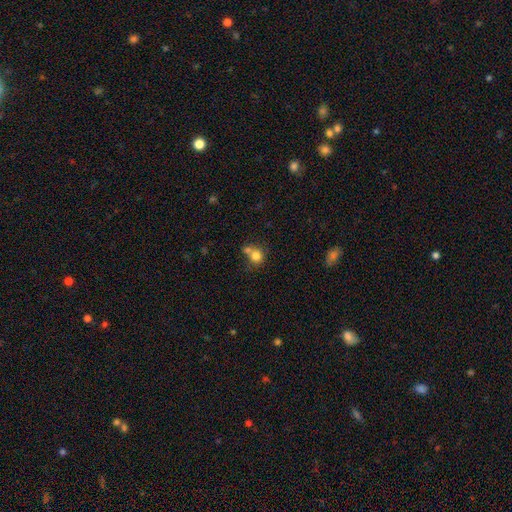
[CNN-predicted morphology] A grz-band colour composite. It shows a smooth galaxy with no disk features (78%) that is round (82%). Merging: none (42%, tied with merger).